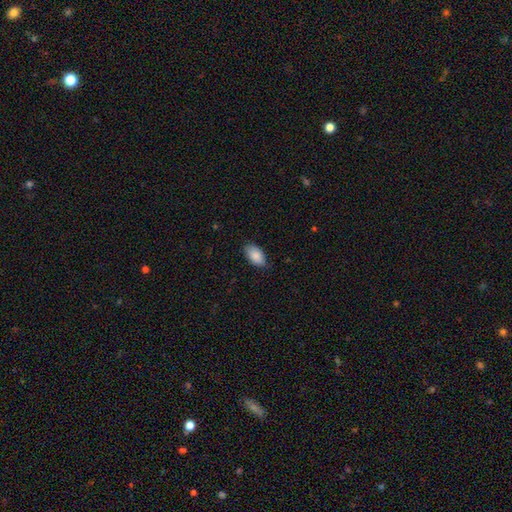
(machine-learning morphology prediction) smooth_or_featured: smooth (p=0.88) [alt: star or artifact p=0.06]
how_rounded: in between (p=0.94) [alt: round p=0.03]
merging: none (p=0.77) [alt: minor disturbance p=0.19]